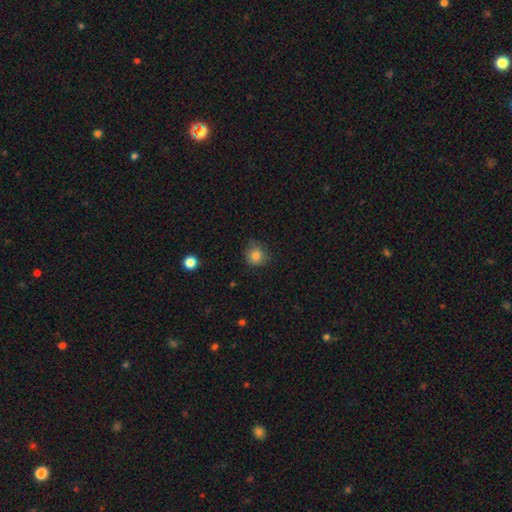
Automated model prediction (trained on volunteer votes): Smooth or featured: smooth — 82% (star or artifact — 11%)
How rounded: round — 88% (in between — 11%)
Merging: none — 74% (minor disturbance — 21%)